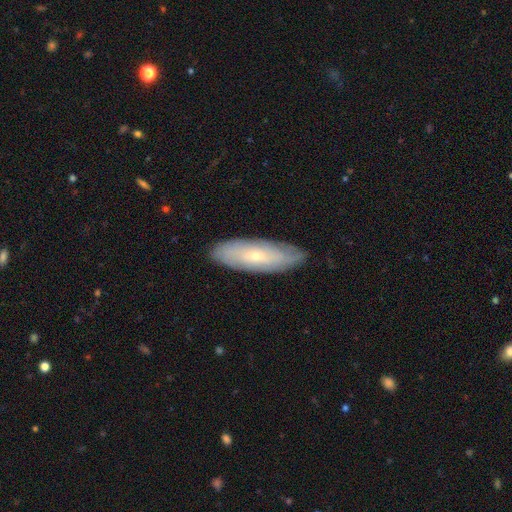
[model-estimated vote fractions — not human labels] featured or disk 52%, smooth 41%, star or artifact 7%. Down the decision tree: edge-on disk — no (73%); merging — none (84%).